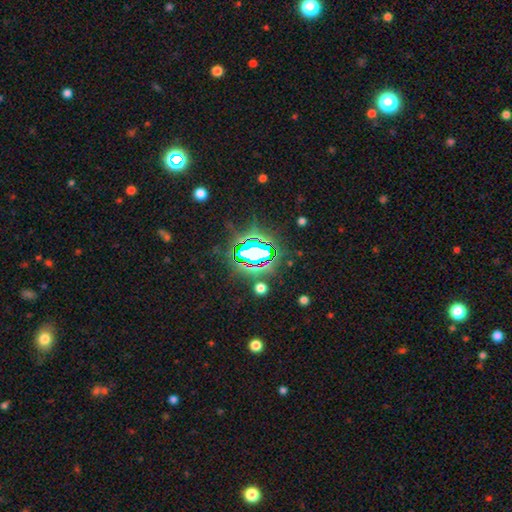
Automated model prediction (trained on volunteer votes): Smooth or featured: star or artifact — 73% (smooth — 15%)